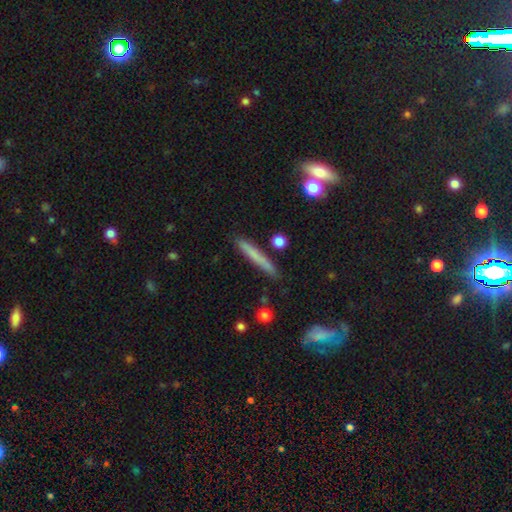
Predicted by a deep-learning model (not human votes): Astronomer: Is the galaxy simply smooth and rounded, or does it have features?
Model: smooth — 66%.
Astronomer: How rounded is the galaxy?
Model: cigar-shaped — 95%.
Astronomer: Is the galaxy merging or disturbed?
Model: none — 85%.